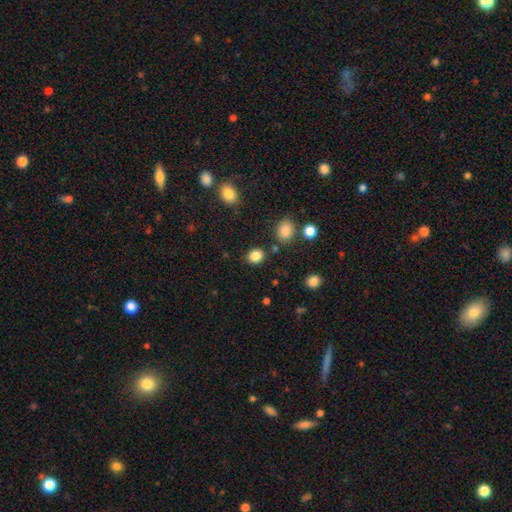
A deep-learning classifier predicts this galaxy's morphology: A smooth galaxy with no disk features (85%) that is round (67%). Merging: none (83%).